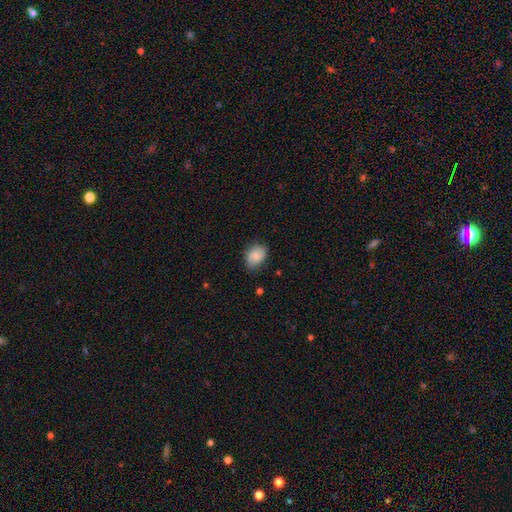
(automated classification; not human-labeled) The model was most divided on "how rounded": in between: 71%, round: 28%, cigar-shaped: 1%. More confident: smooth or featured — smooth (82%); merging — none (74%).